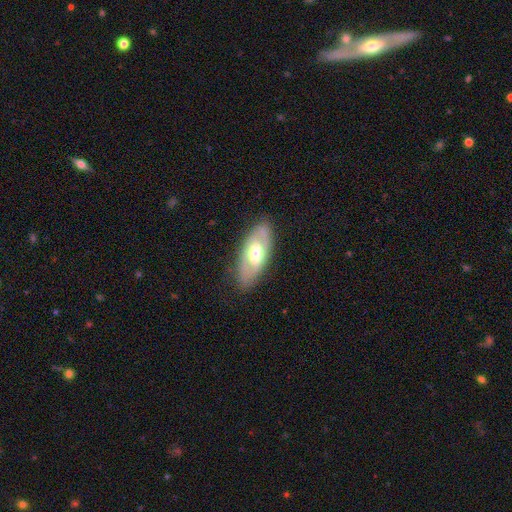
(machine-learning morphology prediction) Overall: featured or disk (63%; smooth 32%). Edge-on disk: no (82%). Bar: no (57%; weak 31%). Spiral arms: no (53%; yes 47%). Bulge size: moderate (66%). Merging: none (82%).